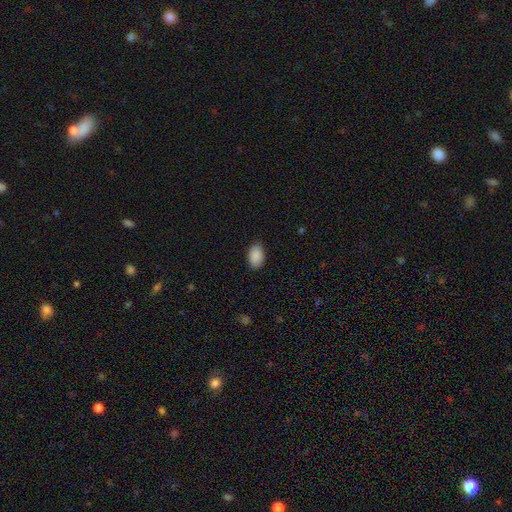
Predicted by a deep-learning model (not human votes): Smooth or featured? smooth (91%)
How rounded? in between (91%)
Merging? none (86%)